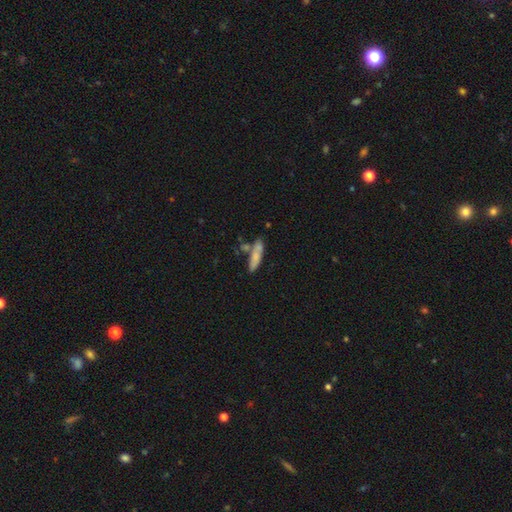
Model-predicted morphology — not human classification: smooth 71%, featured or disk 22%, star or artifact 8%. Down the decision tree: how rounded — cigar-shaped (66%); merging — none (53%).